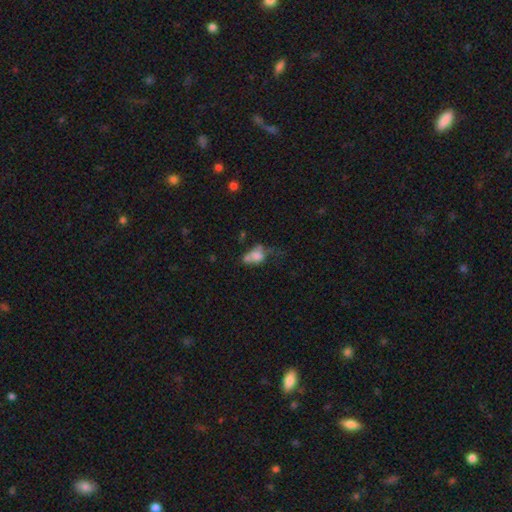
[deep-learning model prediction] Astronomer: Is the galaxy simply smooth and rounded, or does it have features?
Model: smooth — 61%.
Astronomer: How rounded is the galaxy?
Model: in between — 78%.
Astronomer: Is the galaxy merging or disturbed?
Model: major disturbance — 29% (runner-up: merger, 26%).